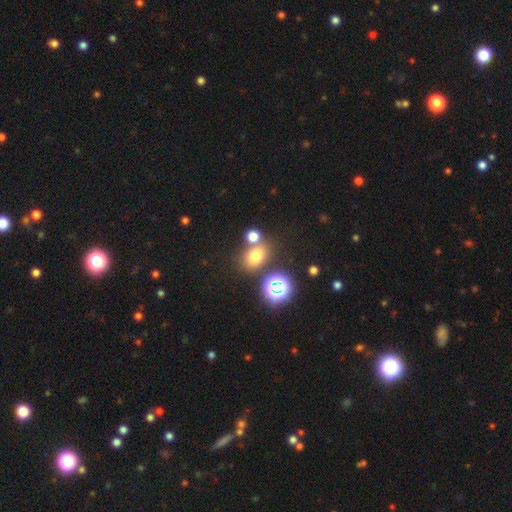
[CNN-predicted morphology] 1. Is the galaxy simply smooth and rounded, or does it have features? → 67% smooth, 24% star or artifact, 9% featured or disk.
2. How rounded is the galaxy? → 51% in between, 48% round, 1% cigar-shaped.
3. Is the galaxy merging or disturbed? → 65% none, 21% merger, 10% minor disturbance, 4% major disturbance.